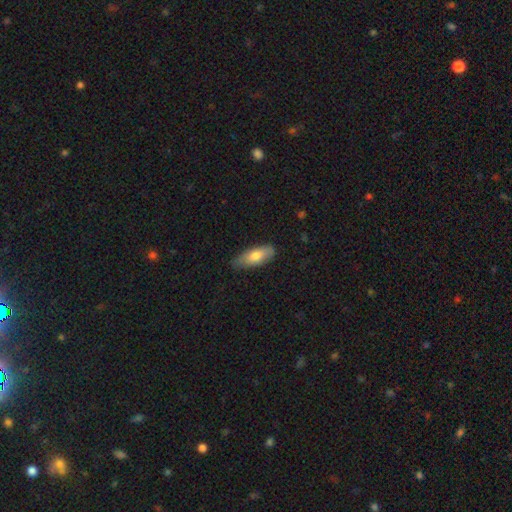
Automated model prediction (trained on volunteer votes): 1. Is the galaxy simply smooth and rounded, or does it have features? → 73% smooth, 21% featured or disk, 6% star or artifact.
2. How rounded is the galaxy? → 75% in between, 22% cigar-shaped, 2% round.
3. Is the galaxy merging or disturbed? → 76% none, 20% minor disturbance, 3% major disturbance, 1% merger.